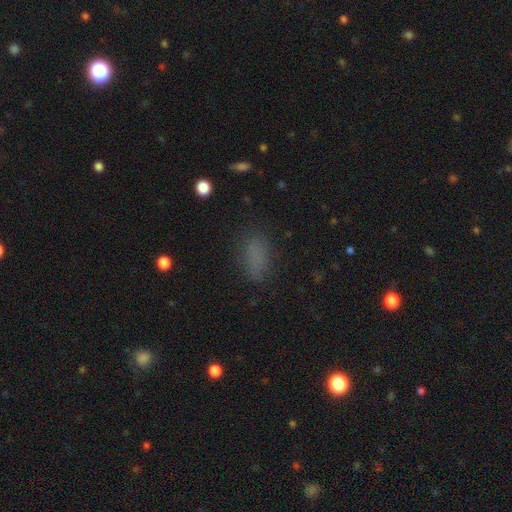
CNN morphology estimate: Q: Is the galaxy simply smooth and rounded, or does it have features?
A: smooth — 78%.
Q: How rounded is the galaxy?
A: in between — 86%.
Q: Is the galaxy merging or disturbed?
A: none — 79%.